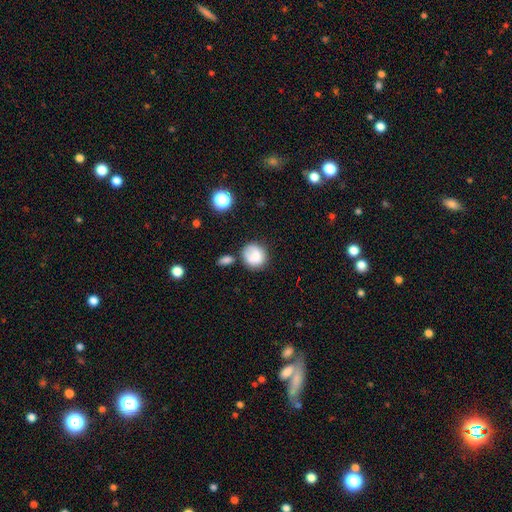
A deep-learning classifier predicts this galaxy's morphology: This appears to be a smooth galaxy with no disk features (74%) that is round (78%). Merging: none (55%).